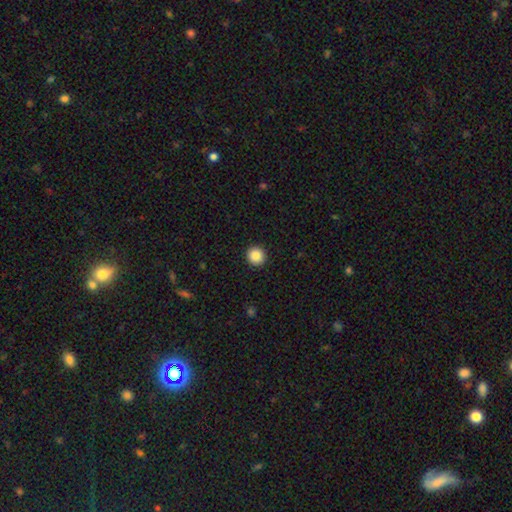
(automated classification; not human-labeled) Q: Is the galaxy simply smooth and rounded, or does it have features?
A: smooth — 87%.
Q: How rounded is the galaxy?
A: round — 95%.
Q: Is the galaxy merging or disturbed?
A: none — 93%.